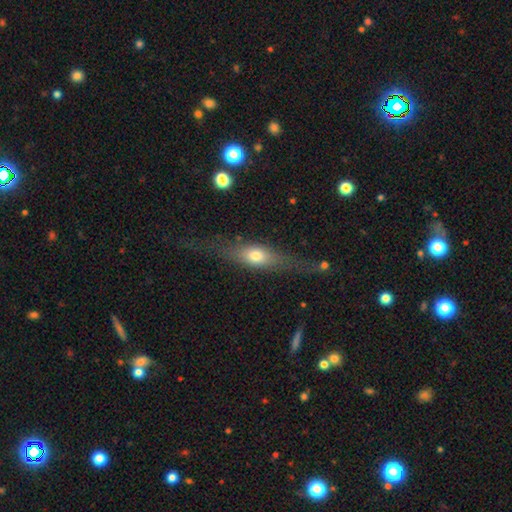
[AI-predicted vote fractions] Morphology: type=featured or disk (50%); merging=none (68%).